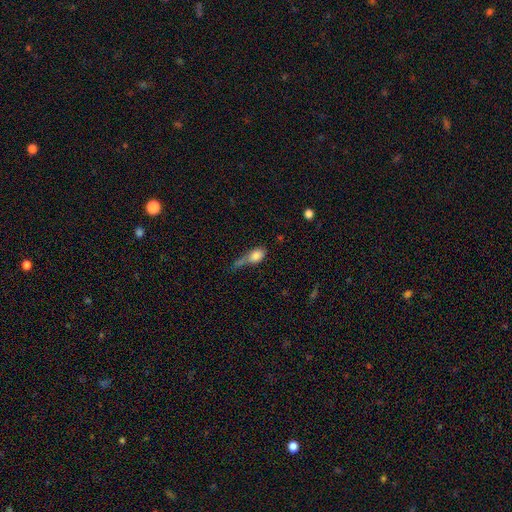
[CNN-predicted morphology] Overall: smooth (79%). How rounded: in between (82%). Merging: merger (29%; none 27%).